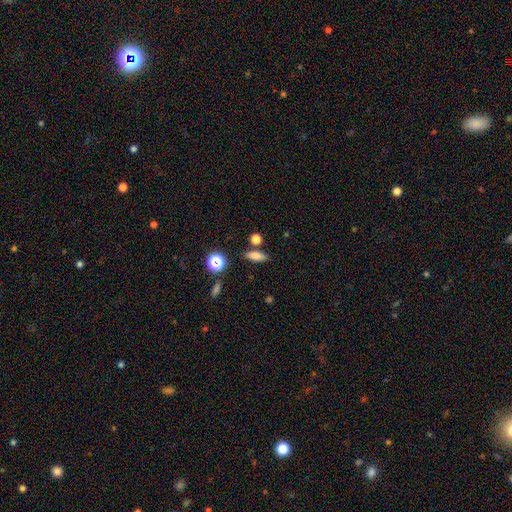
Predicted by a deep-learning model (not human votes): Overall: smooth (76%). How rounded: in between (55%; cigar-shaped 35%). Merging: none (79%).